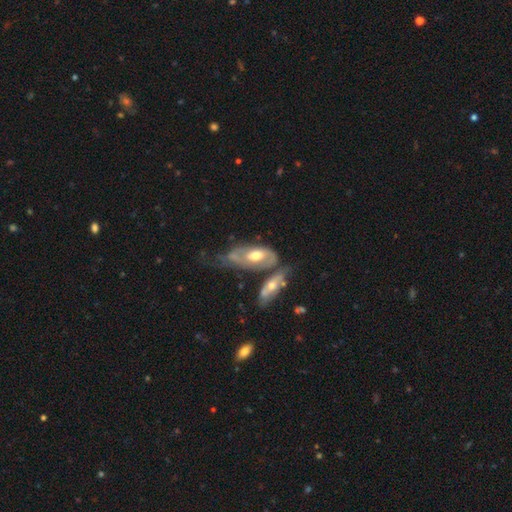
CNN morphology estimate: A featured or disk galaxy (58%).

Vote fractions:
- Smooth or featured? featured or disk: 58% / smooth: 36% / star or artifact: 5%
- Edge-on disk? no: 83% / yes: 17%
- Merging? merger: 34% / none: 27% / minor disturbance: 21% / major disturbance: 18%